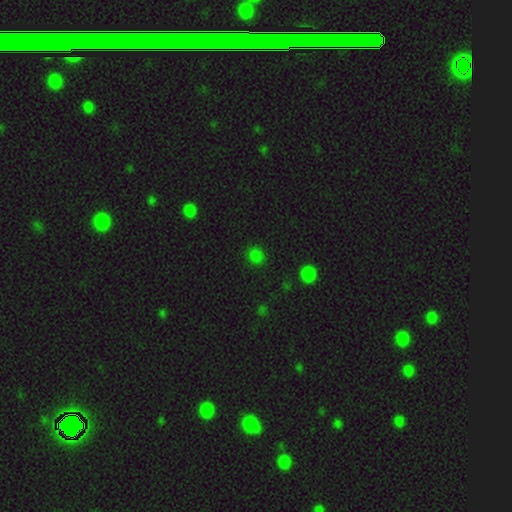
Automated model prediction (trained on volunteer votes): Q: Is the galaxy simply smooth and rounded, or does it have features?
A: smooth — 77%.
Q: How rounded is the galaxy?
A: round — 82%.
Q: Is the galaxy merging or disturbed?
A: none — 89%.